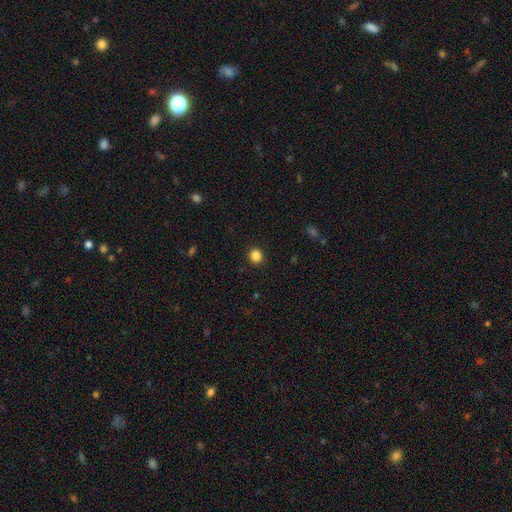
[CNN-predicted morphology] Smooth or featured? smooth (85%)
How rounded? round (84%)
Merging? none (92%)